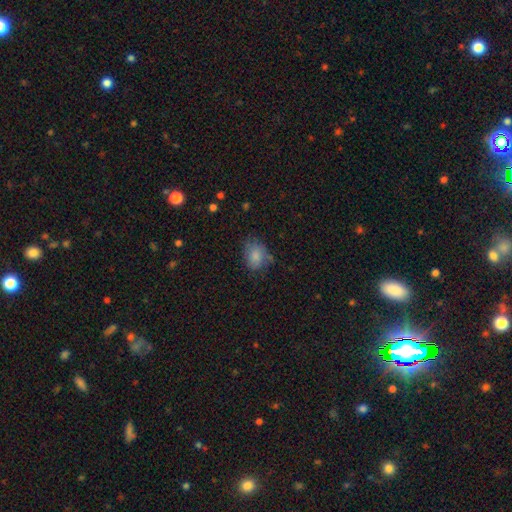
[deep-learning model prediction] Smooth or featured: smooth — 78% (featured or disk — 13%)
How rounded: in between — 63% (round — 36%)
Merging: none — 55% (minor disturbance — 30%)